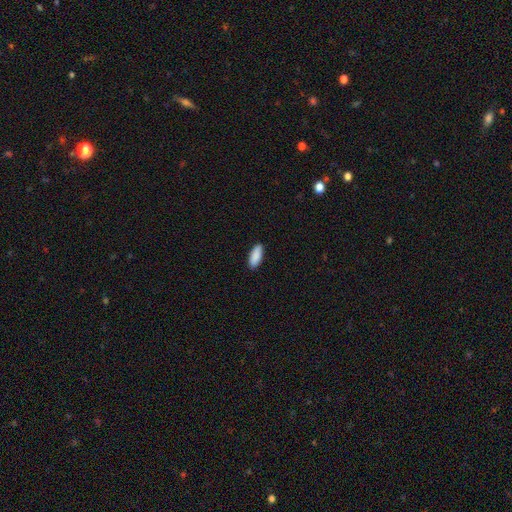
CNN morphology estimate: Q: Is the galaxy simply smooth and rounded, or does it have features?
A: smooth — 90%.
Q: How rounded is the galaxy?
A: in between — 73%.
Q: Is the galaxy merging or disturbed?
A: none — 90%.